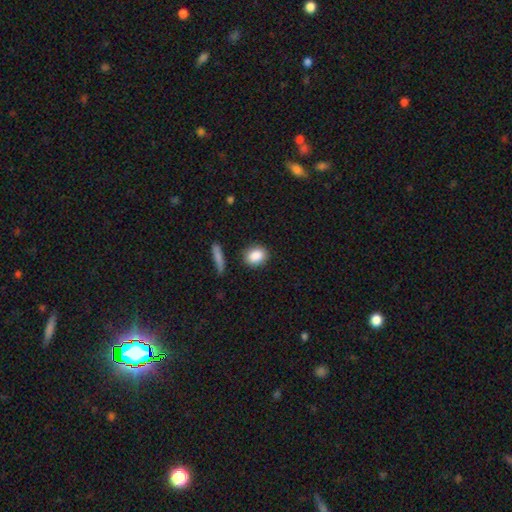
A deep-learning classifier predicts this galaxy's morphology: smooth-or-featured: smooth: 88% | star or artifact: 7% | featured or disk: 5%
  how-rounded: in between: 60% | round: 37% | cigar-shaped: 3%
  merging: none: 83% | minor disturbance: 11% | merger: 3% | major disturbance: 3%